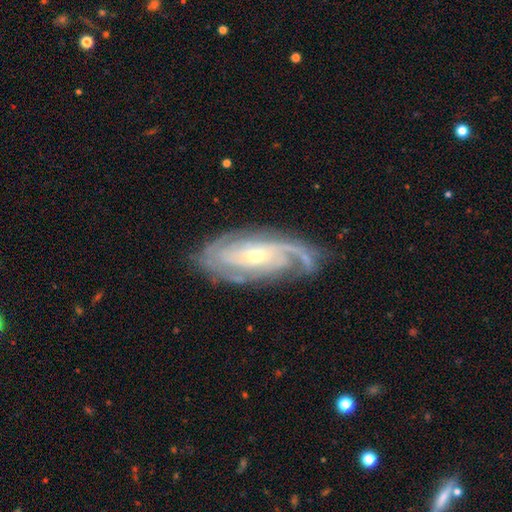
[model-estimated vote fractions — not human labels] Smooth or featured? featured or disk (89%)
Edge-on disk? no (94%)
Bar? no (58%)
Spiral arms? yes (97%)
Spiral winding? tight (64%)
Spiral arm count? 3 (28%)
Bulge size? small (60%)
Merging? none (73%)